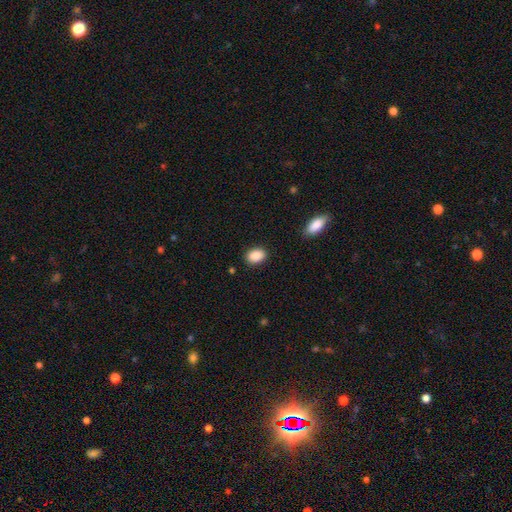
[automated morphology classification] type=smooth (90%); roundness=in between (79%); merging=none (87%).